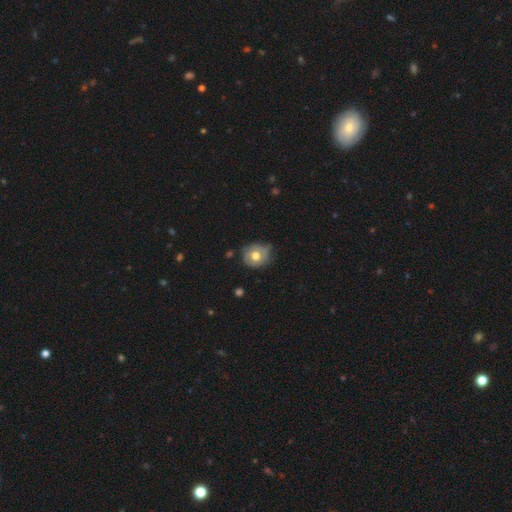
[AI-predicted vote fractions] smooth_or_featured: smooth (p=0.55) [alt: featured or disk p=0.38]
how_rounded: round (p=0.73) [alt: in between p=0.26]
merging: none (p=0.60) [alt: minor disturbance p=0.29]